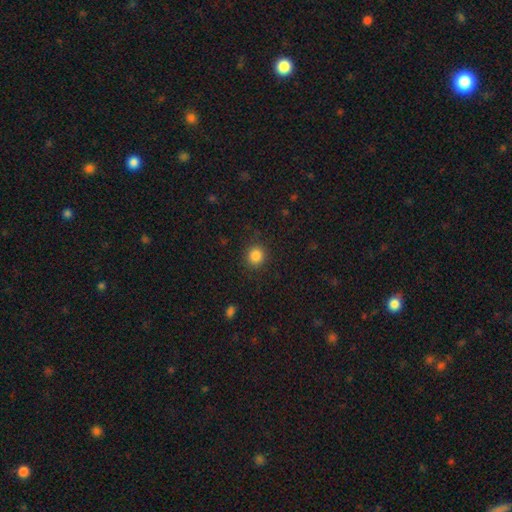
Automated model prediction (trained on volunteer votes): smooth_or_featured: smooth (p=0.85) [alt: star or artifact p=0.11]
how_rounded: round (p=0.89) [alt: in between p=0.10]
merging: none (p=0.89) [alt: minor disturbance p=0.07]